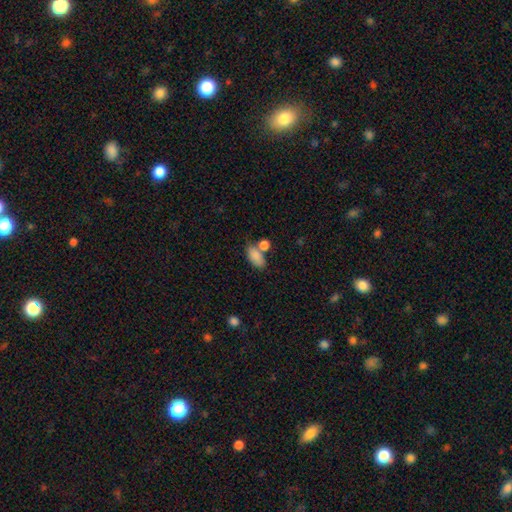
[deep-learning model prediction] smooth-or-featured: smooth: 84% | star or artifact: 8% | featured or disk: 7%
  how-rounded: in between: 89% | round: 6% | cigar-shaped: 5%
  merging: none: 53% | merger: 27% | minor disturbance: 14% | major disturbance: 6%